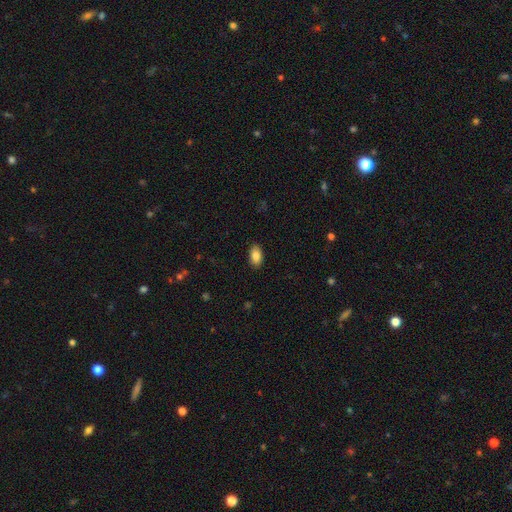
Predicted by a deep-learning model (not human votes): Smooth or featured: smooth — 87% (star or artifact — 7%)
How rounded: in between — 93% (round — 5%)
Merging: none — 89% (minor disturbance — 8%)